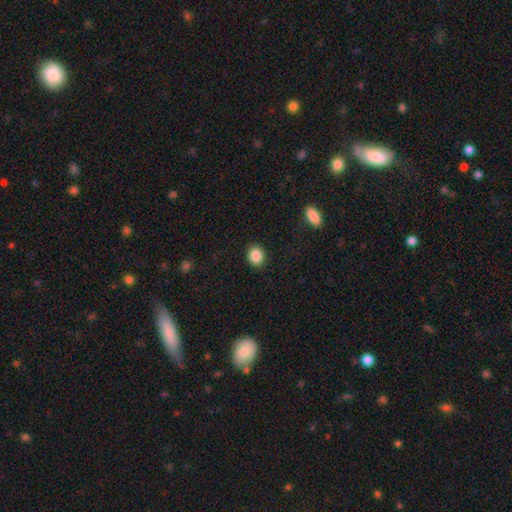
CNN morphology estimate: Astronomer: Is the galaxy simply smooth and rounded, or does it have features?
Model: smooth — 87%.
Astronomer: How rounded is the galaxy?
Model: round — 60% (runner-up: in between, 39%).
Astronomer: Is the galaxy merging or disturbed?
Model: none — 90%.